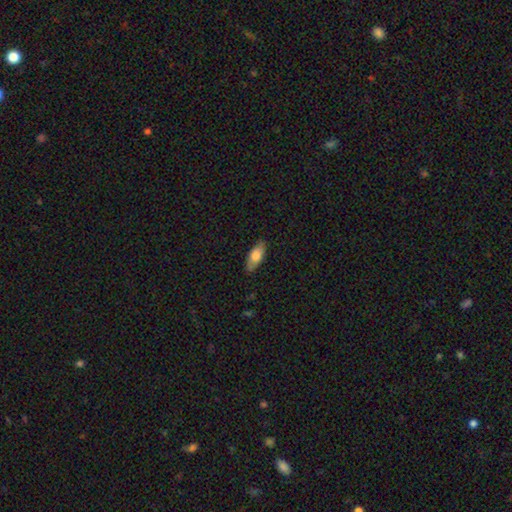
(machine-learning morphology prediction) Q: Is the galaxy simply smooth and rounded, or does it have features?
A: smooth — 74%.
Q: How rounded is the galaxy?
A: in between — 78%.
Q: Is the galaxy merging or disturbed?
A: none — 84%.